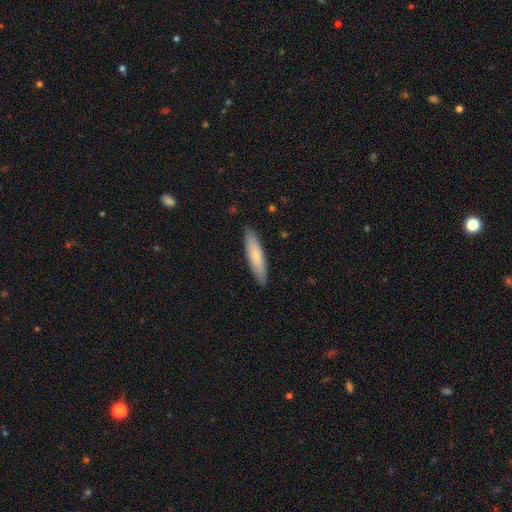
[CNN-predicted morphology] Smooth or featured: smooth — 74% (featured or disk — 21%)
How rounded: cigar-shaped — 77% (in between — 22%)
Merging: none — 88% (minor disturbance — 9%)